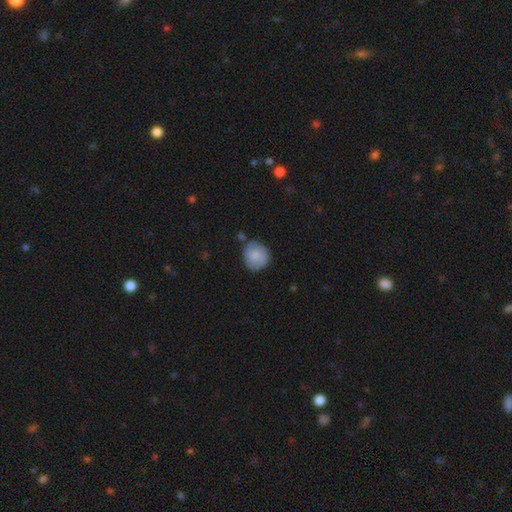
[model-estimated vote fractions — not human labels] Smooth or featured: smooth — 79% (featured or disk — 14%)
How rounded: round — 83% (in between — 16%)
Merging: none — 70% (minor disturbance — 21%)